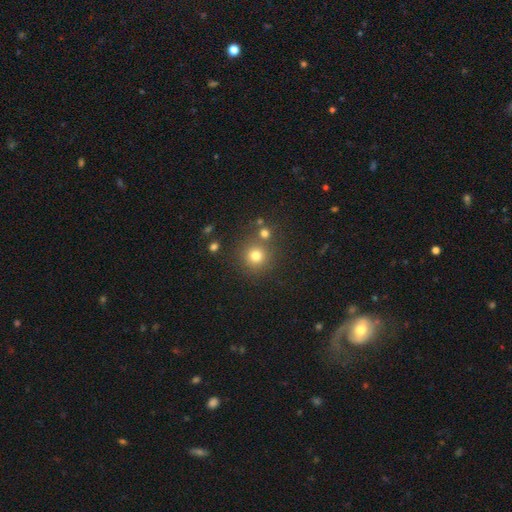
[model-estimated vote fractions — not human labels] A smooth galaxy with no disk features (77%) that is round (93%). Merging: none (76%).